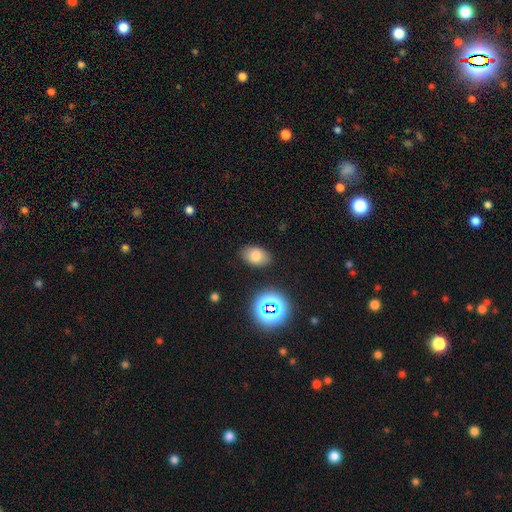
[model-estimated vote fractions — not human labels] smooth_or_featured: smooth (p=0.76) [alt: star or artifact p=0.14]
how_rounded: in between (p=0.86) [alt: round p=0.13]
merging: none (p=0.83) [alt: minor disturbance p=0.11]